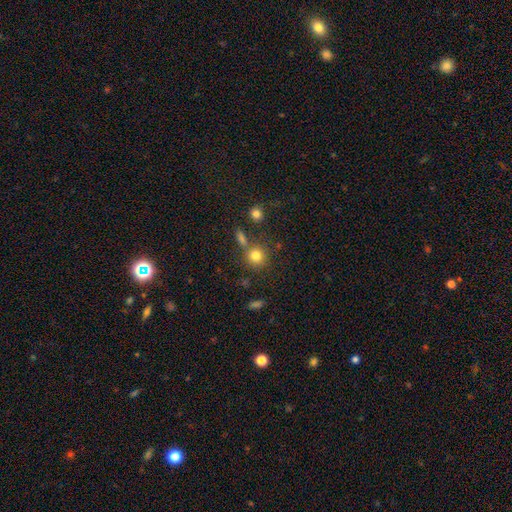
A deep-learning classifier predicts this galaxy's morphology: type=smooth (79%); roundness=round (89%); merging=none (71%).